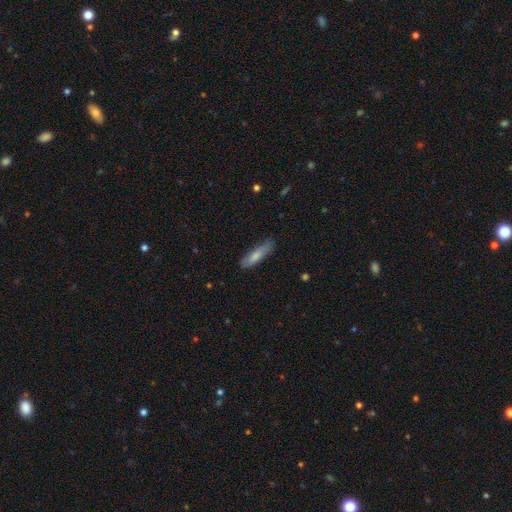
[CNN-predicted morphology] A smooth galaxy with no disk features (75%) that is cigar-shaped (69%). Merging: none (71%).